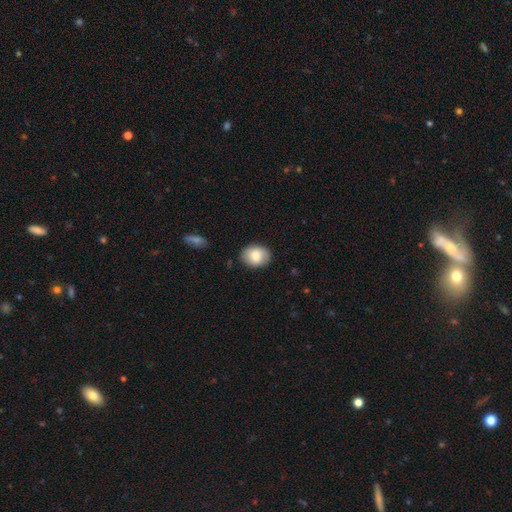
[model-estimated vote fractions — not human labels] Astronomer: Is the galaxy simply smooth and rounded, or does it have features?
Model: smooth — 79%.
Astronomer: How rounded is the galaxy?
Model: in between — 57% (runner-up: round, 42%).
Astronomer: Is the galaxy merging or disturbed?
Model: none — 84%.